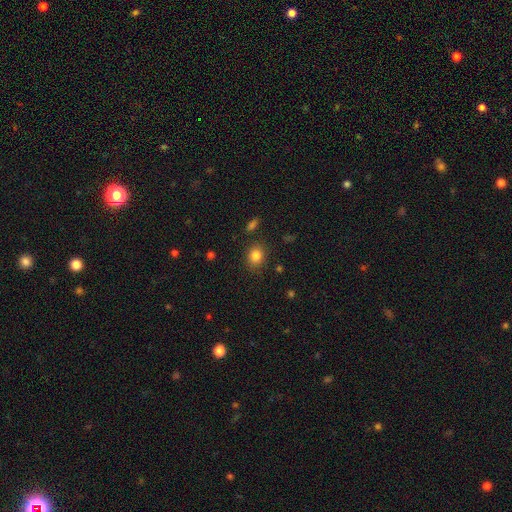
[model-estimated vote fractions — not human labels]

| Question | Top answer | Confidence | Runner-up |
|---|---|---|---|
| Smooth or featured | smooth | 83% | star or artifact (11%) |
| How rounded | round | 62% | in between (37%) |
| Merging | none | 84% | minor disturbance (10%) |